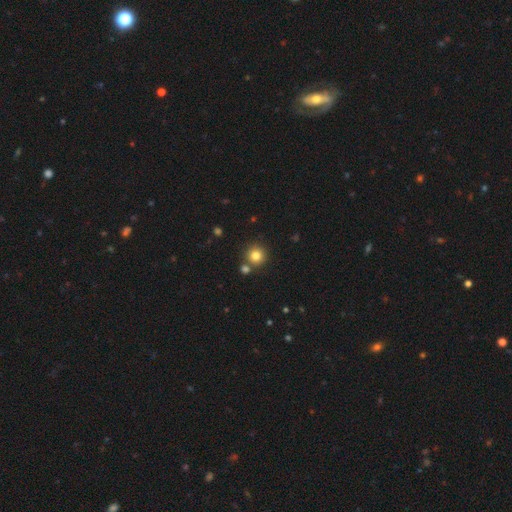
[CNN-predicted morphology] Q: Smooth or featured?
A: smooth (81%); runner-up: star or artifact (12%)
Q: How rounded?
A: round (94%); runner-up: in between (6%)
Q: Merging?
A: none (78%); runner-up: merger (13%)